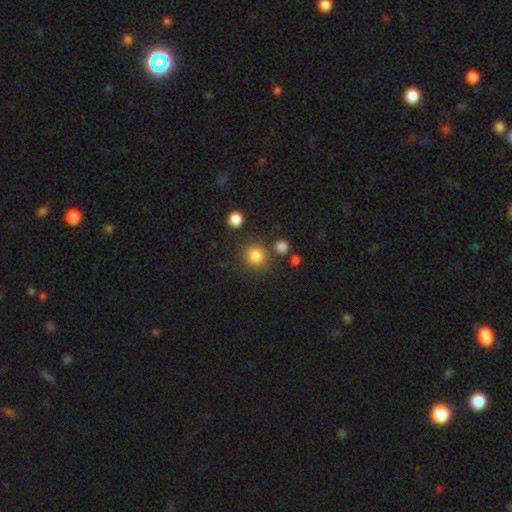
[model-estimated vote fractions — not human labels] The model was most divided on "smooth or featured": smooth: 83%, star or artifact: 12%, featured or disk: 5%. More confident: how rounded — round (92%); merging — none (81%).